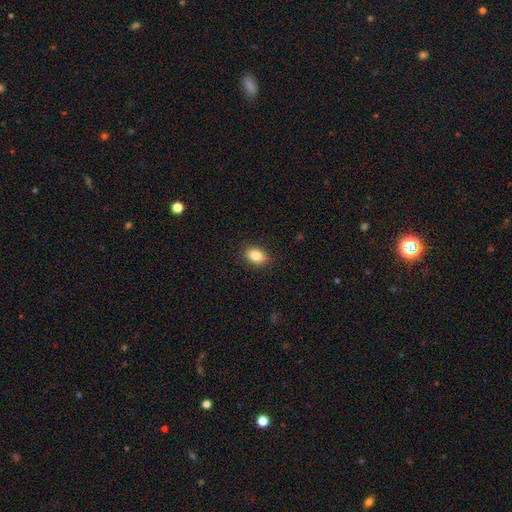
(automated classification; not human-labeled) The model was most divided on "how rounded": in between: 81%, round: 17%, cigar-shaped: 2%. More confident: merging — none (86%); smooth or featured — smooth (84%).